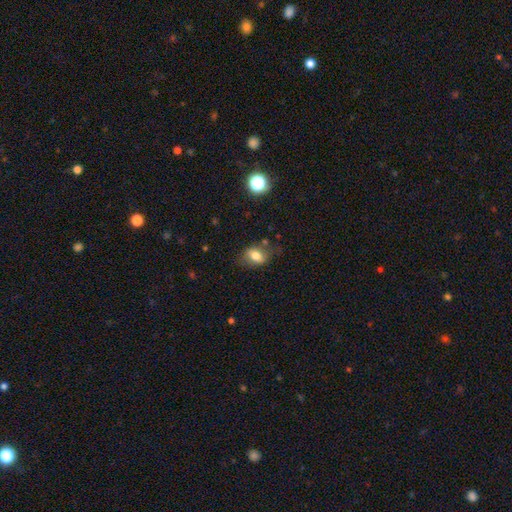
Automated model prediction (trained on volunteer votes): The model was most divided on "merging": none: 64%, minor disturbance: 23%, major disturbance: 9%, merger: 3%. More confident: how rounded — in between (76%); smooth or featured — smooth (73%).